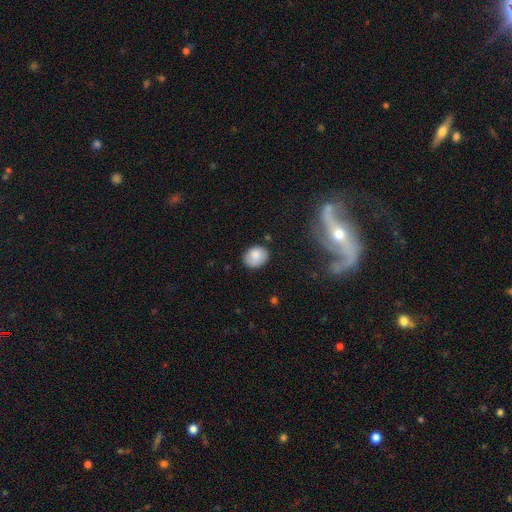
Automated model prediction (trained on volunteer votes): Morphology: type=smooth (82%); roundness=in between (52%); merging=none (75%).